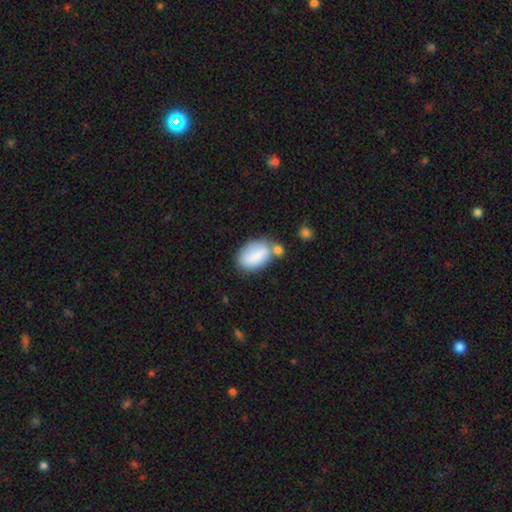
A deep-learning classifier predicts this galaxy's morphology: A smooth galaxy with no disk features (77%) that is in between round and cigar-shaped (88%). Merging: none (42%).